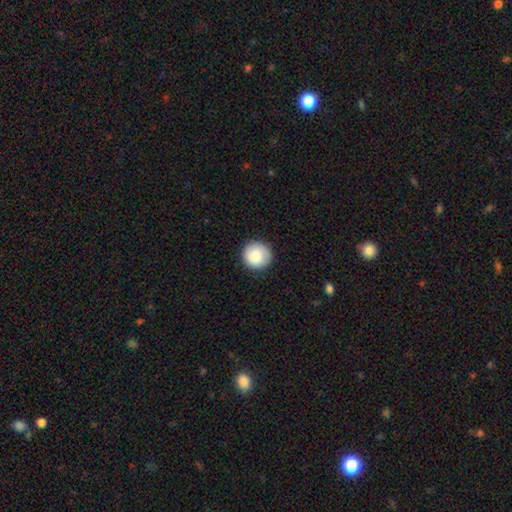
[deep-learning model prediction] This appears to be a smooth galaxy with no disk features (87%) that is round (95%). Merging: none (90%).